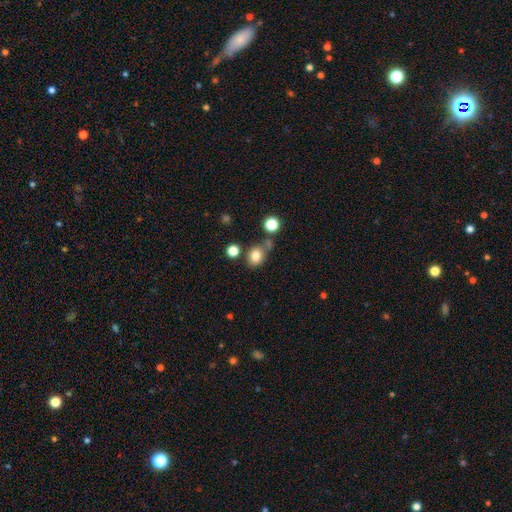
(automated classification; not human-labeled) The model was most divided on "how rounded": round: 57%, in between: 42%, cigar-shaped: 1%. More confident: smooth or featured — smooth (80%); merging — none (66%).